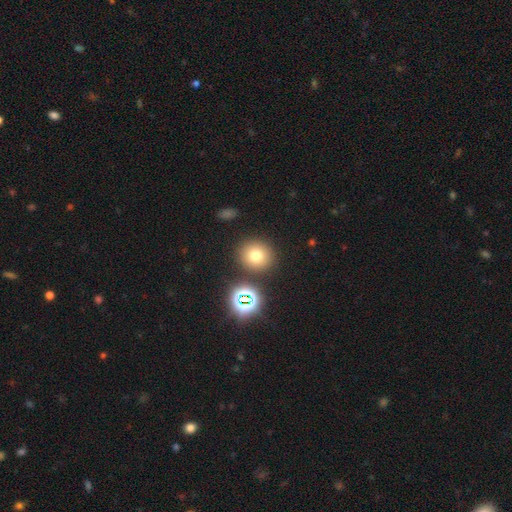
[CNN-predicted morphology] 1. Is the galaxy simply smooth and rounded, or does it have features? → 73% smooth, 17% star or artifact, 9% featured or disk.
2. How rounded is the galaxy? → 89% round, 10% in between, 1% cigar-shaped.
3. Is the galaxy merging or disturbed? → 84% none, 7% minor disturbance, 6% merger, 3% major disturbance.